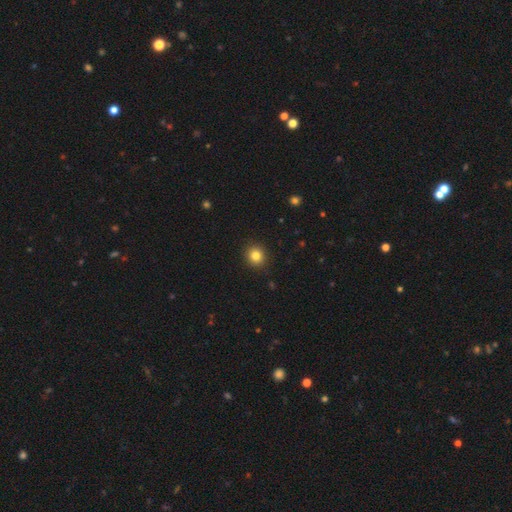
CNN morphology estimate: Smooth or featured?
  - smooth: 83% *
  - star or artifact: 11%
  - featured or disk: 6%
How rounded?
  - round: 86% *
  - in between: 13%
  - cigar-shaped: 1%
Merging?
  - none: 91% *
  - minor disturbance: 6%
  - major disturbance: 2%
  - merger: 1%